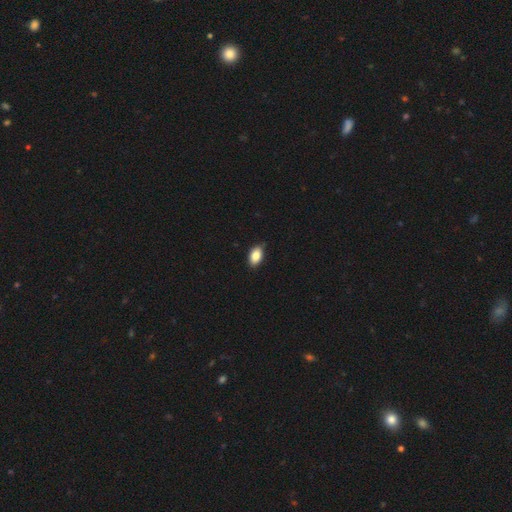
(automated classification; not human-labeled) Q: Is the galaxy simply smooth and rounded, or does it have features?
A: smooth — 86%.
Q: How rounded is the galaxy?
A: in between — 91%.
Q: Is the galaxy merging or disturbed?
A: none — 82%.